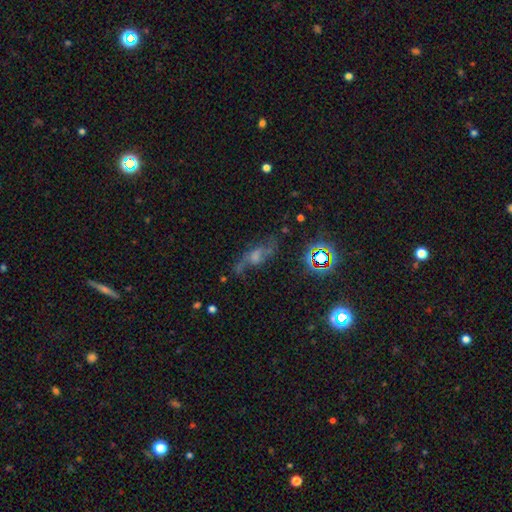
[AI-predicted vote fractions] A featured or disk galaxy (55%).

Vote fractions:
- Smooth or featured? featured or disk: 55% / star or artifact: 24% / smooth: 20%
- Edge-on disk? no: 74% / yes: 26%
- Merging? none: 62% / minor disturbance: 20% / major disturbance: 15% / merger: 4%